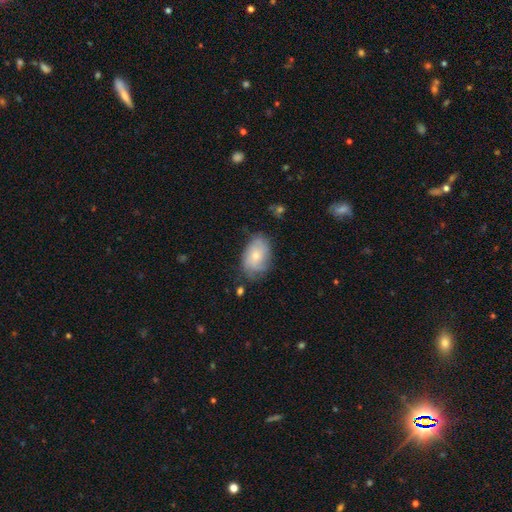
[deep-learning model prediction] Q: Smooth or featured?
A: smooth (51%); runner-up: featured or disk (41%)
Q: How rounded?
A: in between (82%); runner-up: round (17%)
Q: Merging?
A: none (64%); runner-up: minor disturbance (26%)